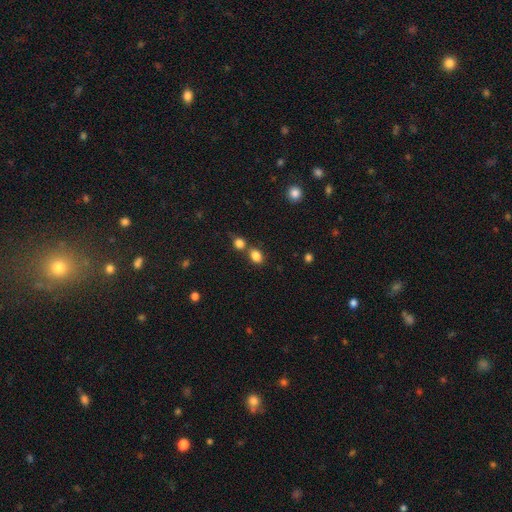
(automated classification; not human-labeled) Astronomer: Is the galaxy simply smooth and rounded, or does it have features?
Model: smooth — 83%.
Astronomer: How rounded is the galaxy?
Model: in between — 59% (runner-up: round, 40%).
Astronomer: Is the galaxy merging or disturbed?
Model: none — 59%.